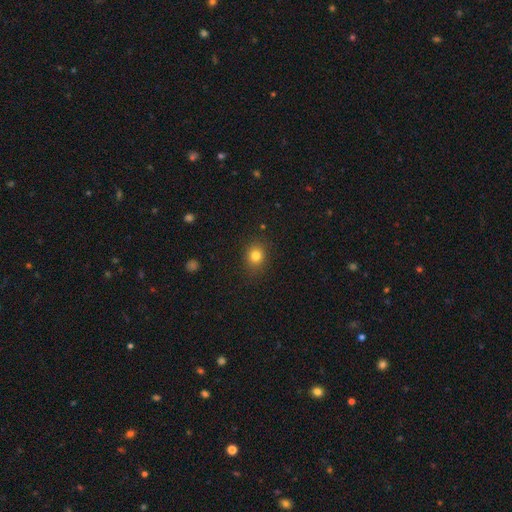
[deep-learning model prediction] Morphology: type=smooth (81%); roundness=round (72%); merging=none (86%).